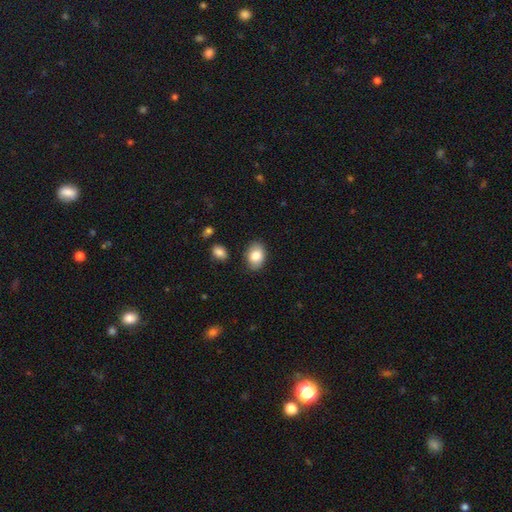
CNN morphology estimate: Smooth or featured?
  - smooth: 83% *
  - featured or disk: 9%
  - star or artifact: 7%
How rounded?
  - in between: 79% *
  - round: 19%
  - cigar-shaped: 1%
Merging?
  - none: 84% *
  - minor disturbance: 11%
  - major disturbance: 2%
  - merger: 2%